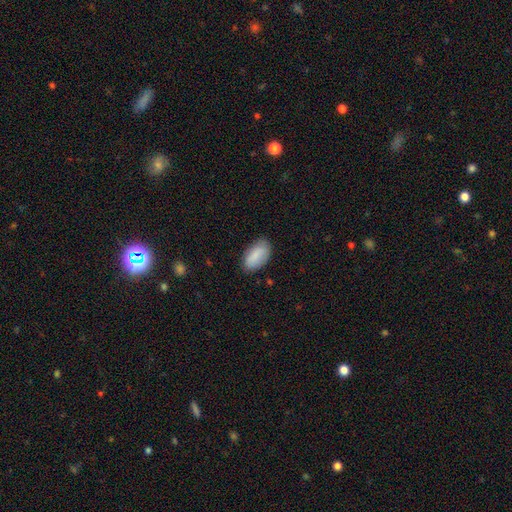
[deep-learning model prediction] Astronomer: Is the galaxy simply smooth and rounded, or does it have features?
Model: smooth — 85%.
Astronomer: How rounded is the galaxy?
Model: in between — 94%.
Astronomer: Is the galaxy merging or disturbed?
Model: none — 80%.